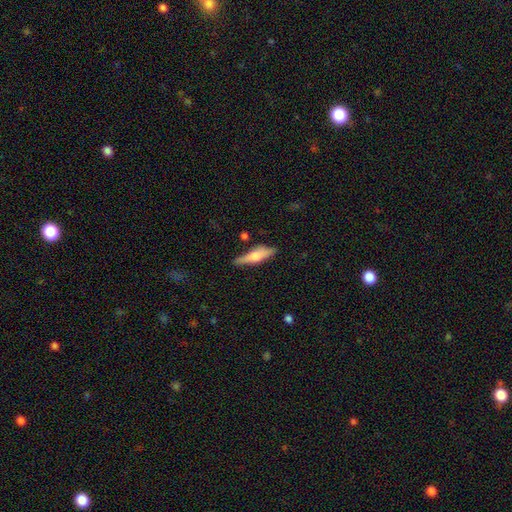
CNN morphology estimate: This appears to be a smooth galaxy with no disk features (52%) that is cigar-shaped (67%). Merging: none (75%).